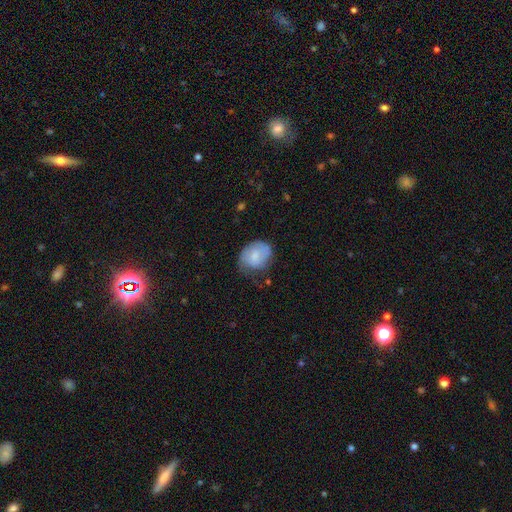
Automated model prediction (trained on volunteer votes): smooth_or_featured: smooth (p=0.66) [alt: featured or disk p=0.27]
how_rounded: in between (p=0.50) [alt: round p=0.49]
merging: none (p=0.45) [alt: minor disturbance p=0.36]